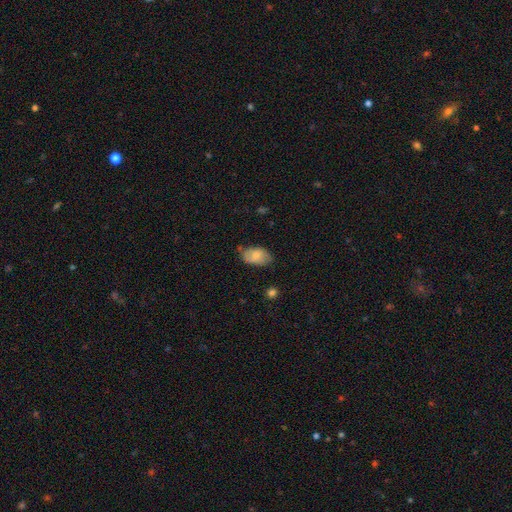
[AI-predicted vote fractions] A smooth galaxy with no disk features (70%) that is in between round and cigar-shaped (92%).

Vote fractions:
- Smooth or featured? smooth: 70% / featured or disk: 23% / star or artifact: 7%
- How rounded? in between: 92% / round: 6% / cigar-shaped: 2%
- Merging? none: 67% / minor disturbance: 26% / major disturbance: 5% / merger: 2%